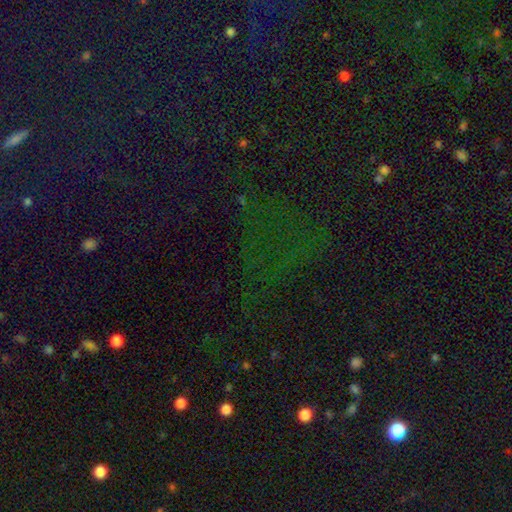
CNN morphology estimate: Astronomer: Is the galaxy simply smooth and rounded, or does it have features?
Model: star or artifact — 69%.